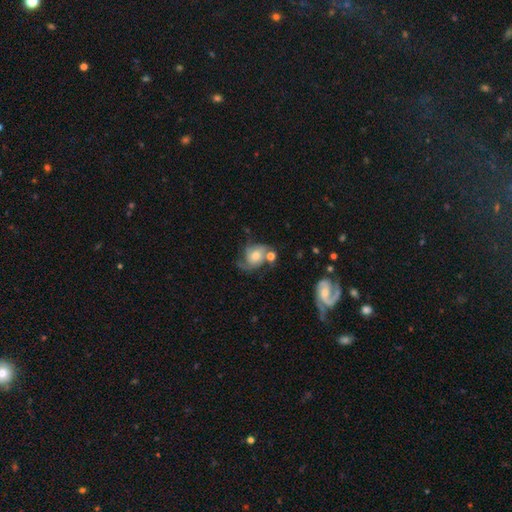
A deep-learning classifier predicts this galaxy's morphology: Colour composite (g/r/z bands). It shows a featured or disk galaxy (64%) with no bar (73%), 2 (39%) medium (44%) spiral arms (88%) and a moderate central bulge (41%). Merging: none (42%).